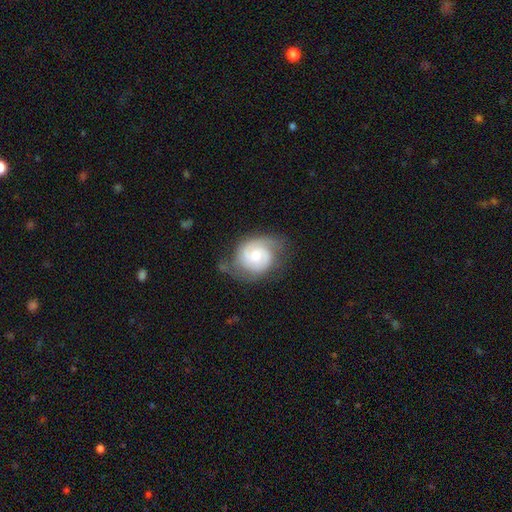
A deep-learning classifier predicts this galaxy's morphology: type=featured or disk (80%); edge-on=no (98%); bar=no (60%); spiral arms=yes (96%); winding=tight (50%); arm count=2 (73%); bulge=moderate (54%); merging=none (59%).